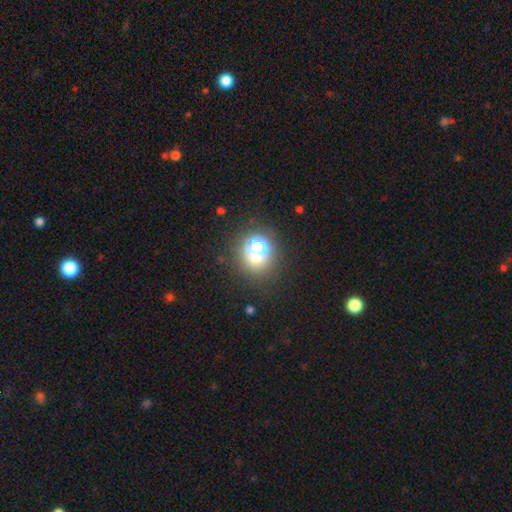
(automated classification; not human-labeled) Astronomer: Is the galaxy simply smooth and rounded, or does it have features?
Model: smooth — 53% (runner-up: star or artifact, 35%).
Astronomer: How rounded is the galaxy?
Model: round — 77%.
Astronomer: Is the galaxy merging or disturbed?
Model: none — 70%.